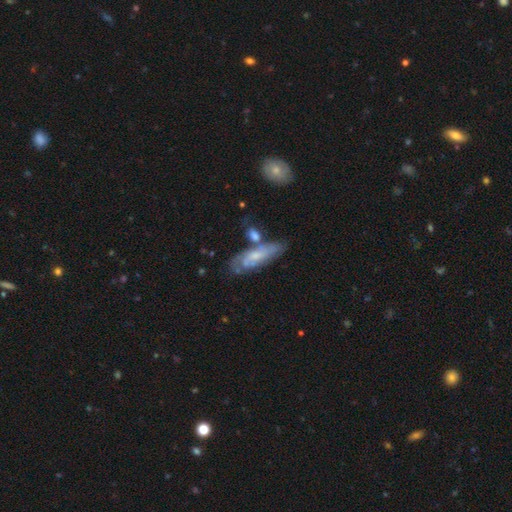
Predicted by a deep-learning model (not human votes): Overall: featured or disk (57%; smooth 36%). Edge-on disk: no (77%). Merging: none (53%; minor disturbance 20%).